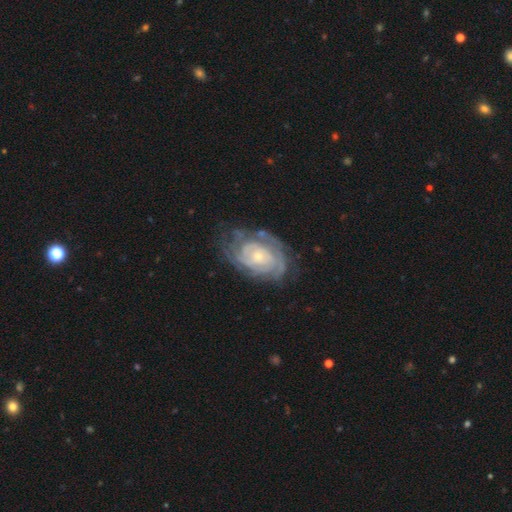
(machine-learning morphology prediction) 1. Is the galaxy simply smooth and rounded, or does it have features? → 78% featured or disk, 13% smooth, 9% star or artifact.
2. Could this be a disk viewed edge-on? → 96% no, 4% yes.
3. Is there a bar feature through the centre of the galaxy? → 70% no, 24% weak, 6% strong.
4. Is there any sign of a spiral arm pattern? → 90% yes, 10% no.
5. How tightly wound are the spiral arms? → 70% tight, 24% medium, 6% loose.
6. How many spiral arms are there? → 46% can't tell, 23% 2, 13% 3, 8% 4, 5% more than 4, 5% 1.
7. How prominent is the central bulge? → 59% small, 34% moderate, 3% none, 3% large, 1% dominant.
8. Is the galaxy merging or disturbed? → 68% none, 20% minor disturbance, 10% major disturbance, 2% merger.